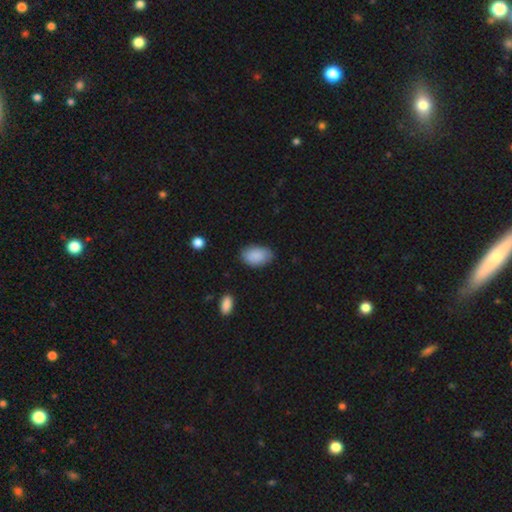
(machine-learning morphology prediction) Q: Smooth or featured?
A: smooth (89%); runner-up: star or artifact (6%)
Q: How rounded?
A: in between (92%); runner-up: round (7%)
Q: Merging?
A: none (80%); runner-up: minor disturbance (15%)